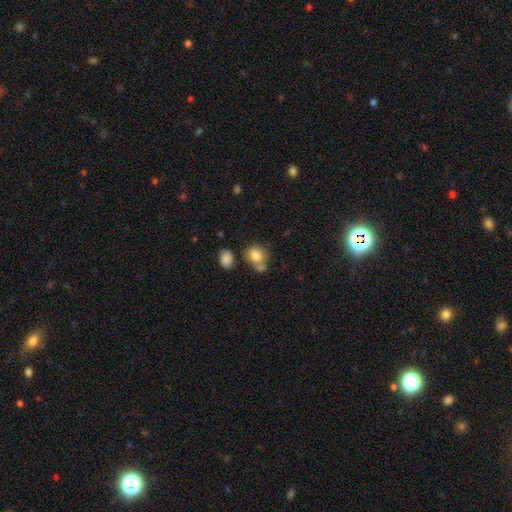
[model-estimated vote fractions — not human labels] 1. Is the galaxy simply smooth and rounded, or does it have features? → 81% smooth, 10% star or artifact, 9% featured or disk.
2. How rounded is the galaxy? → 56% round, 43% in between, 1% cigar-shaped.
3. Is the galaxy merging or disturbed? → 48% none, 31% merger, 15% minor disturbance, 6% major disturbance.